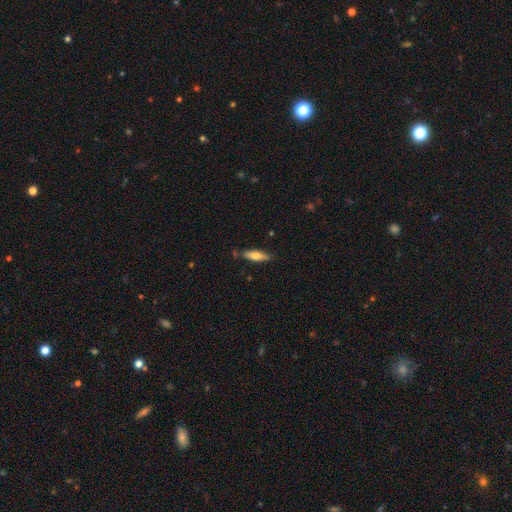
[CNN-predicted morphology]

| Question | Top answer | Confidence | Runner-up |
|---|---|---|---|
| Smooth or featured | smooth | 60% | featured or disk (34%) |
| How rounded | cigar-shaped | 61% | in between (37%) |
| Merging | none | 80% | minor disturbance (14%) |